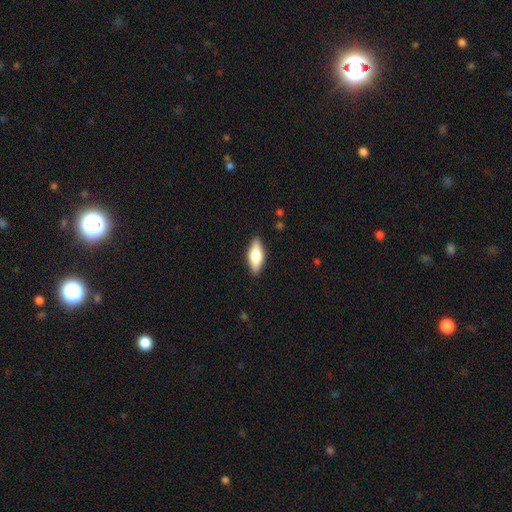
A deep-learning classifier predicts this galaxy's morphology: Smooth or featured? Predicted: smooth (p=0.62). How rounded? Predicted: in between (p=0.70). Merging? Predicted: none (p=0.87).